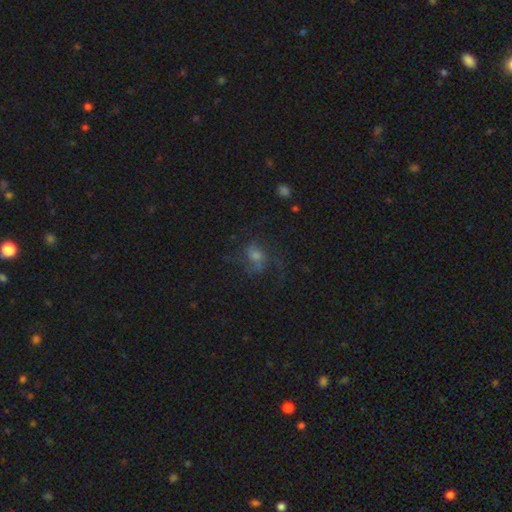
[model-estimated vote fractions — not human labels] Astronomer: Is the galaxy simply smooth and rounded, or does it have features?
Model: featured or disk — 54%.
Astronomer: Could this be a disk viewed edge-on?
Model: no — 97%.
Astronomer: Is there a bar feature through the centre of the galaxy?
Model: no — 65%.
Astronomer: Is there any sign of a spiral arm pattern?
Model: yes — 81%.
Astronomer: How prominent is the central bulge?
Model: moderate — 44% (runner-up: small, 34%).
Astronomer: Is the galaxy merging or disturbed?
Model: none — 52% (runner-up: major disturbance, 28%).